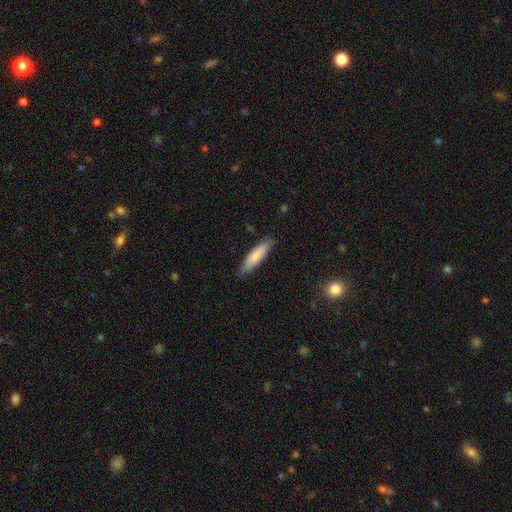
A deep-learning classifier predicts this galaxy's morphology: smooth 80%, featured or disk 15%, star or artifact 5%. Down the decision tree: how rounded — cigar-shaped (71%); merging — none (85%).